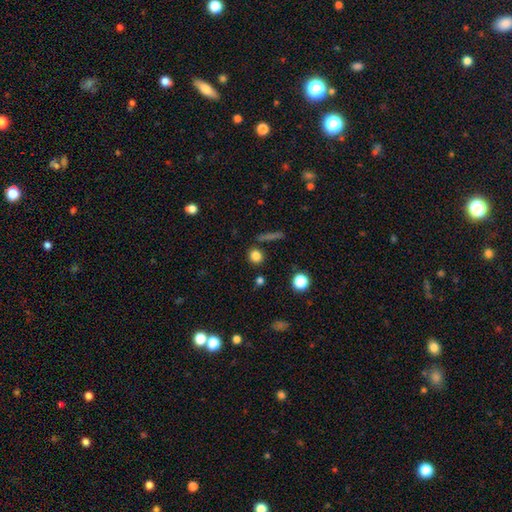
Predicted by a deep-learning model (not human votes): Smooth or featured? smooth (81%)
How rounded? round (83%)
Merging? none (83%)